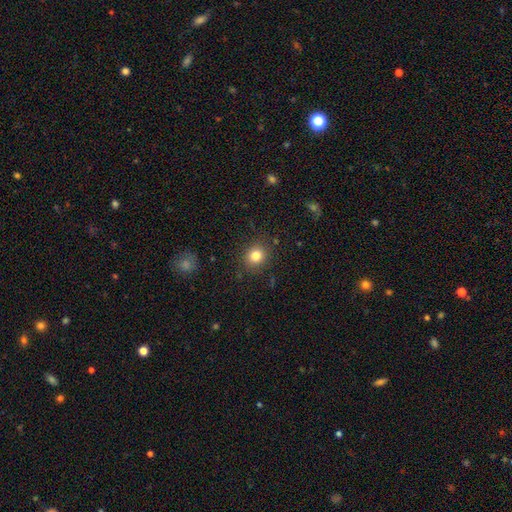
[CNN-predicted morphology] Overall: smooth (82%). How rounded: round (77%). Merging: none (87%).